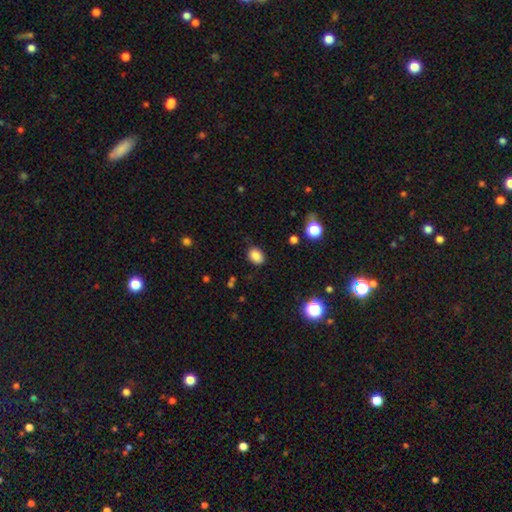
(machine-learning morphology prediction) smooth 85%, star or artifact 10%, featured or disk 5%. Down the decision tree: how rounded — in between (62%); merging — none (84%).